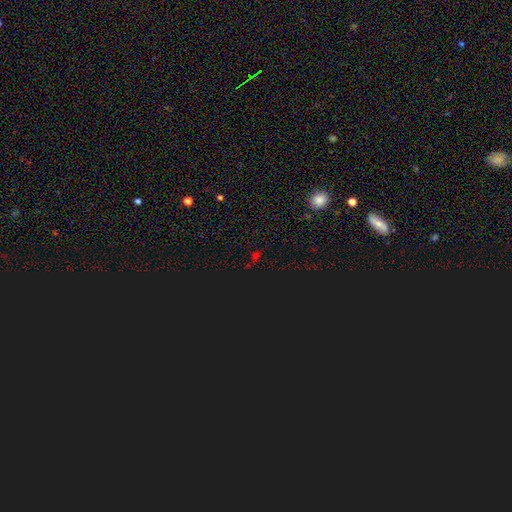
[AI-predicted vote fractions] Smooth or featured: star or artifact — 67% (smooth — 26%)